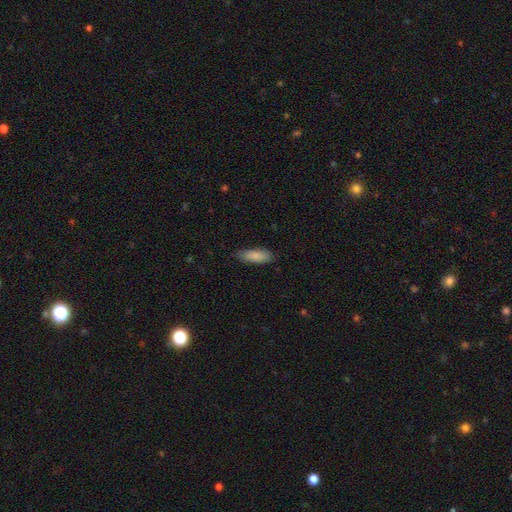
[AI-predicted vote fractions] Smooth or featured?
  - smooth: 87% *
  - featured or disk: 7%
  - star or artifact: 6%
How rounded?
  - in between: 65% *
  - cigar-shaped: 34%
  - round: 2%
Merging?
  - none: 82% *
  - minor disturbance: 14%
  - major disturbance: 2%
  - merger: 1%